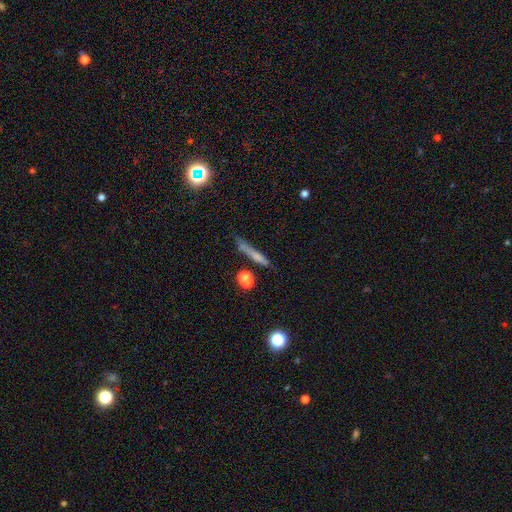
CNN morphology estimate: Smooth or featured? Predicted: smooth (p=0.58). How rounded? Predicted: cigar-shaped (p=0.88). Merging? Predicted: none (p=0.64).